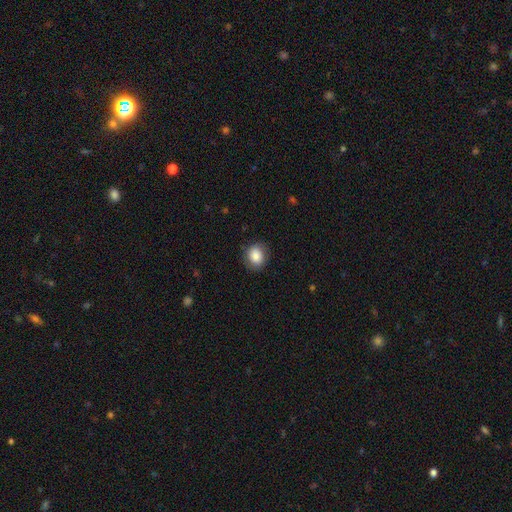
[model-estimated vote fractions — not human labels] Q: Smooth or featured?
A: smooth (85%); runner-up: star or artifact (8%)
Q: How rounded?
A: round (66%); runner-up: in between (33%)
Q: Merging?
A: none (83%); runner-up: minor disturbance (13%)